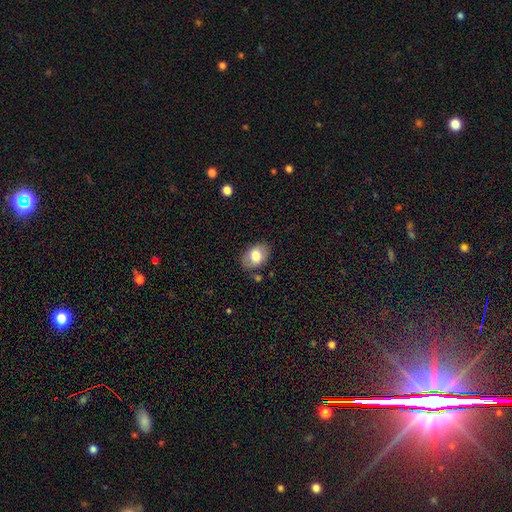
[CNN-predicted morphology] smooth 75%, featured or disk 18%, star or artifact 7%. Down the decision tree: how rounded — in between (80%); merging — none (79%).